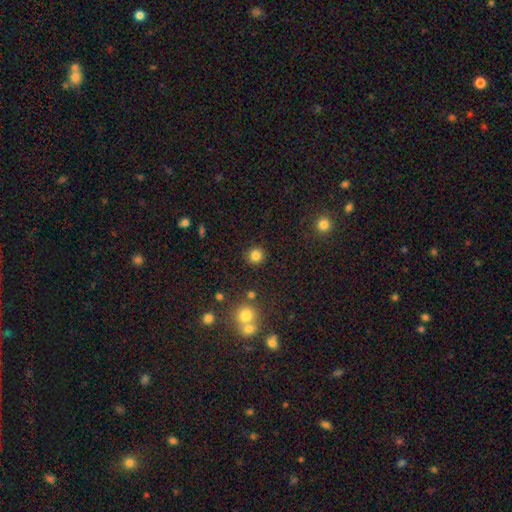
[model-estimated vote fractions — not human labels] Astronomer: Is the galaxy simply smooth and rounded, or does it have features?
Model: smooth — 83%.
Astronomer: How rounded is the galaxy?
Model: round — 94%.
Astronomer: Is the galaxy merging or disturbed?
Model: none — 89%.